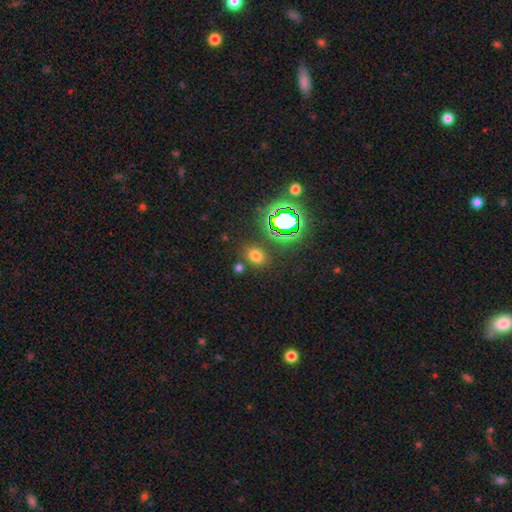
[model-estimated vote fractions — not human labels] Q: Smooth or featured?
A: smooth (65%); runner-up: star or artifact (27%)
Q: How rounded?
A: in between (57%); runner-up: round (42%)
Q: Merging?
A: none (79%); runner-up: minor disturbance (10%)